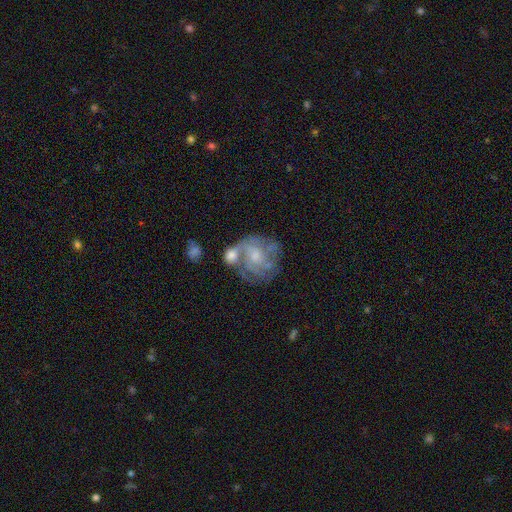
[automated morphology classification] This appears to be a featured or disk galaxy (72%) with no bar (72%), tight (48%) spiral arms (78%) and a small central bulge (44%). Merging: none (39%).